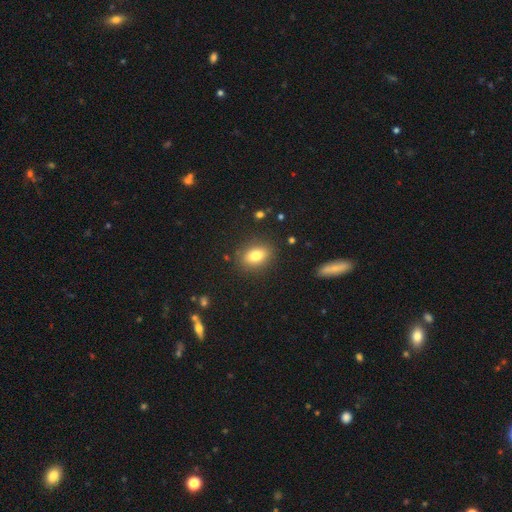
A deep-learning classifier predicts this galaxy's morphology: This appears to be a smooth galaxy with no disk features (79%) that is in between round and cigar-shaped (75%). Merging: none (86%).